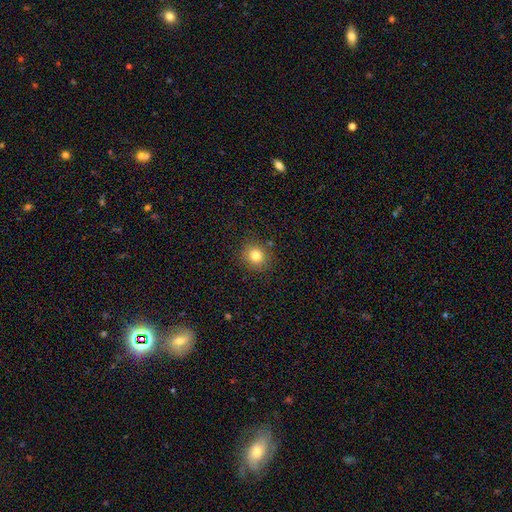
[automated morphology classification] smooth-or-featured: smooth: 81% | star or artifact: 12% | featured or disk: 7%
  how-rounded: round: 85% | in between: 14% | cigar-shaped: 1%
  merging: none: 87% | minor disturbance: 8% | major disturbance: 3% | merger: 2%